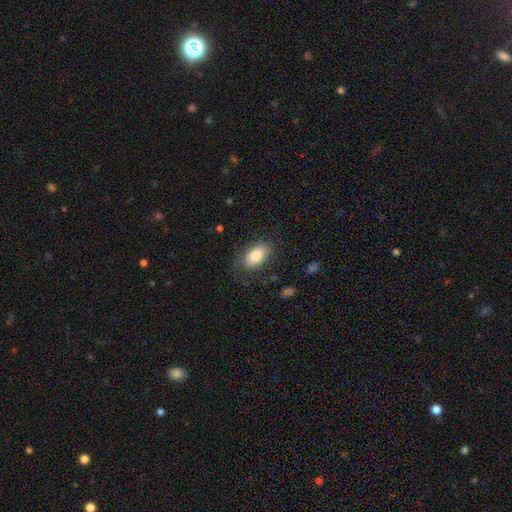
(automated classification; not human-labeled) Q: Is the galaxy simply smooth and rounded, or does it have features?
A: smooth — 82%.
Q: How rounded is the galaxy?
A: in between — 92%.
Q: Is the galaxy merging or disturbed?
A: none — 76%.